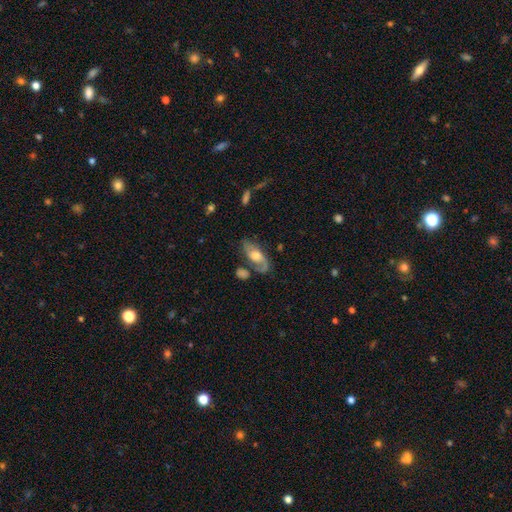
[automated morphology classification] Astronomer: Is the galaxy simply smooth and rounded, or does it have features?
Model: featured or disk — 68%.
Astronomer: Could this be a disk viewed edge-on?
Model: no — 88%.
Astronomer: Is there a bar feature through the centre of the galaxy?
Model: no — 65%.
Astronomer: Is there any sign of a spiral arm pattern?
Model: yes — 85%.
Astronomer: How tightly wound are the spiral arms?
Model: loose — 43% (runner-up: medium, 40%).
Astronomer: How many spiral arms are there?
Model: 2 — 71%.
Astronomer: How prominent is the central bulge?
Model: moderate — 59%.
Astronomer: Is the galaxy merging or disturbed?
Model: none — 55%.